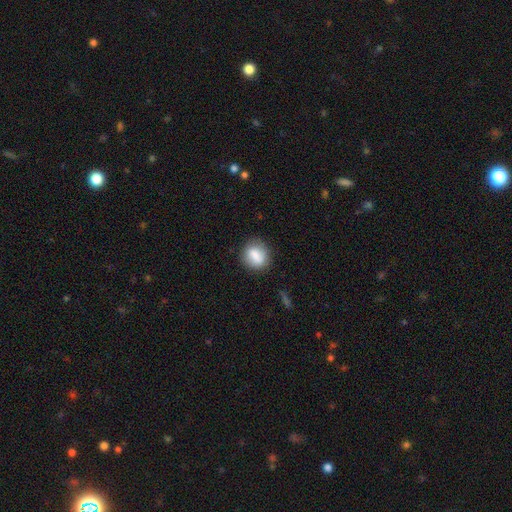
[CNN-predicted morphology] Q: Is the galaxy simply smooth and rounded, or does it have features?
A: smooth — 81%.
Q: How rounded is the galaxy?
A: round — 61%.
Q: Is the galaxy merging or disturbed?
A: none — 81%.